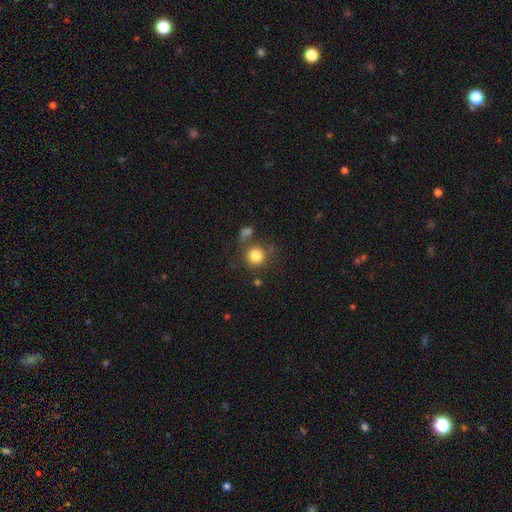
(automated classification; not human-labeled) smooth_or_featured: smooth (p=0.82) [alt: star or artifact p=0.11]
how_rounded: round (p=0.92) [alt: in between p=0.07]
merging: none (p=0.68) [alt: merger p=0.15]